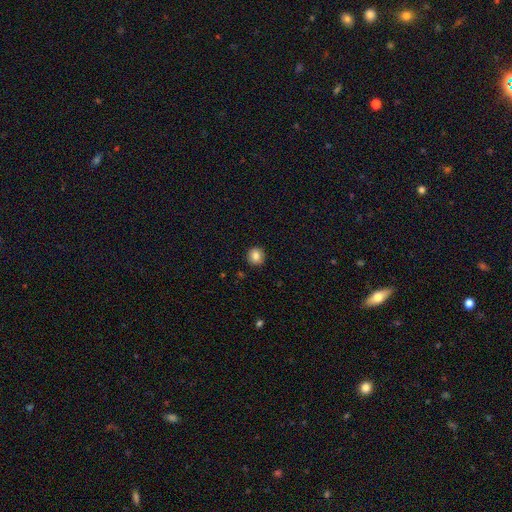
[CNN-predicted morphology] The model was most divided on "smooth or featured": smooth: 82%, star or artifact: 9%, featured or disk: 8%. More confident: merging — none (90%); how rounded — round (90%).